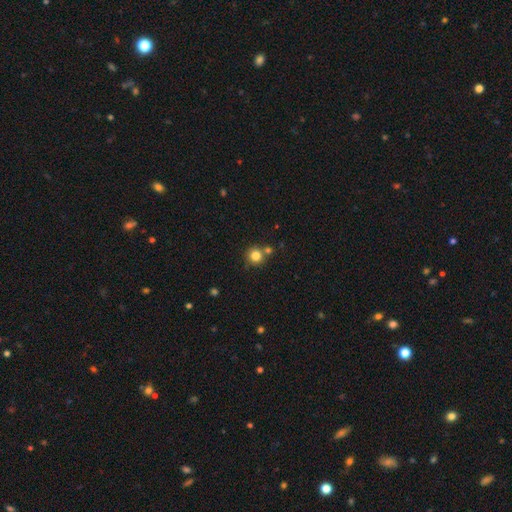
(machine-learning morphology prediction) A smooth galaxy with no disk features (82%) that is round (93%).

Vote fractions:
- Smooth or featured? smooth: 82% / star or artifact: 11% / featured or disk: 7%
- How rounded? round: 93% / in between: 6% / cigar-shaped: 1%
- Merging? none: 69% / merger: 18% / minor disturbance: 9% / major disturbance: 3%